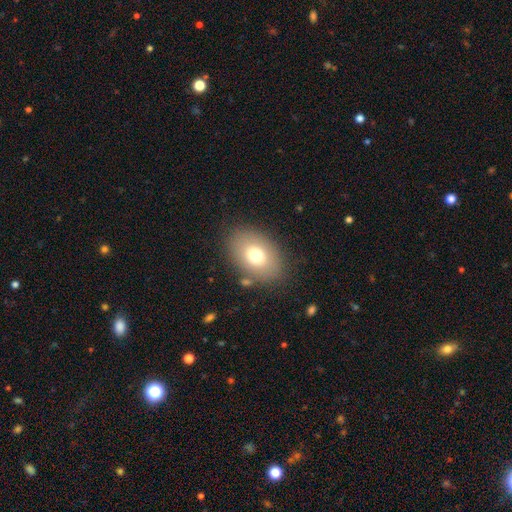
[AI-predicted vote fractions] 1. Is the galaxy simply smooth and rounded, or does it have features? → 72% smooth, 18% featured or disk, 10% star or artifact.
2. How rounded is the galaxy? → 81% in between, 18% round, 1% cigar-shaped.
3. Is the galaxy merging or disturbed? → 81% none, 11% minor disturbance, 4% major disturbance, 3% merger.